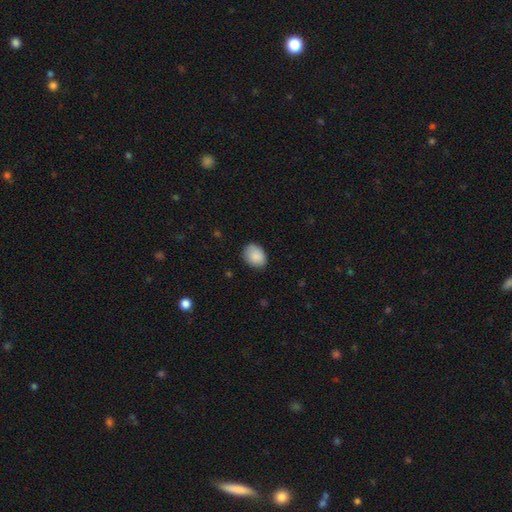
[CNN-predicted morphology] Smooth or featured? smooth (88%)
How rounded? in between (64%)
Merging? none (79%)